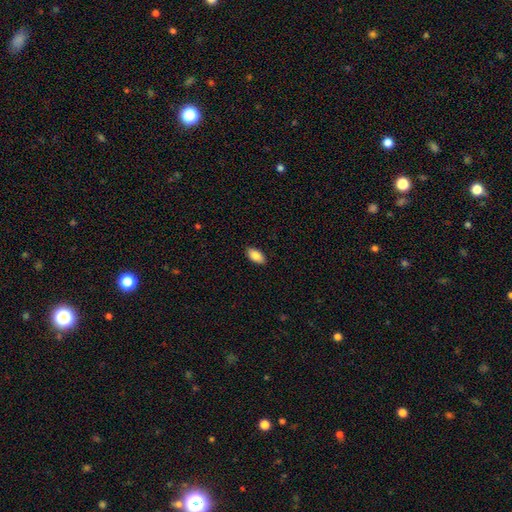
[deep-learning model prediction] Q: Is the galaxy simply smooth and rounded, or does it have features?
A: smooth — 87%.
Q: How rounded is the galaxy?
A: in between — 93%.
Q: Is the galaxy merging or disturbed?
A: none — 89%.